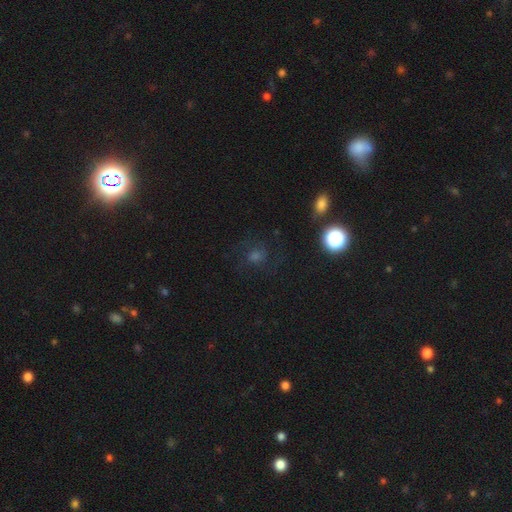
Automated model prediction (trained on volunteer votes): A star or artifact, not a galaxy (36%).